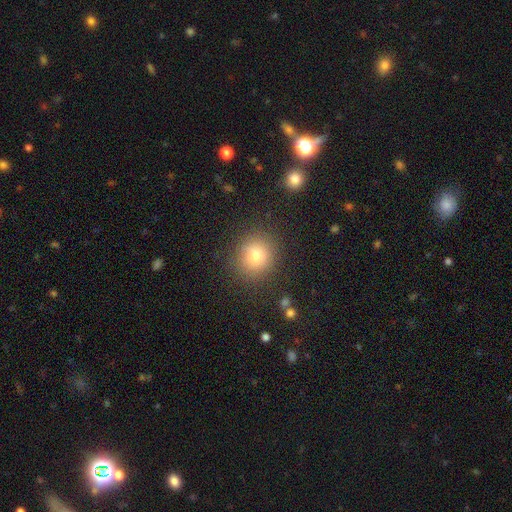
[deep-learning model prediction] This appears to be a smooth galaxy with no disk features (78%) that is round (87%). Merging: none (87%).